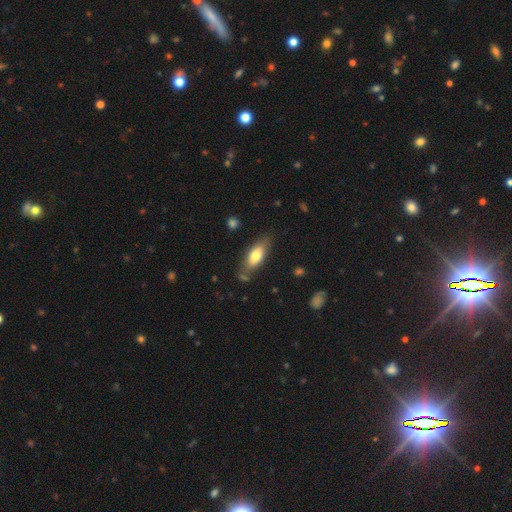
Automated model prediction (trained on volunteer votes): smooth_or_featured: smooth (p=0.72) [alt: featured or disk p=0.22]
how_rounded: in between (p=0.78) [alt: cigar-shaped p=0.20]
merging: none (p=0.72) [alt: minor disturbance p=0.19]